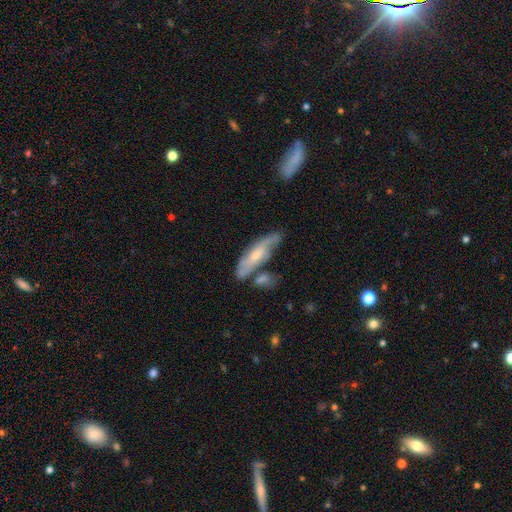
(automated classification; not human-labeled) featured or disk 55%, smooth 39%, star or artifact 6%. Down the decision tree: edge-on disk — no (65%); merging — none (48%).